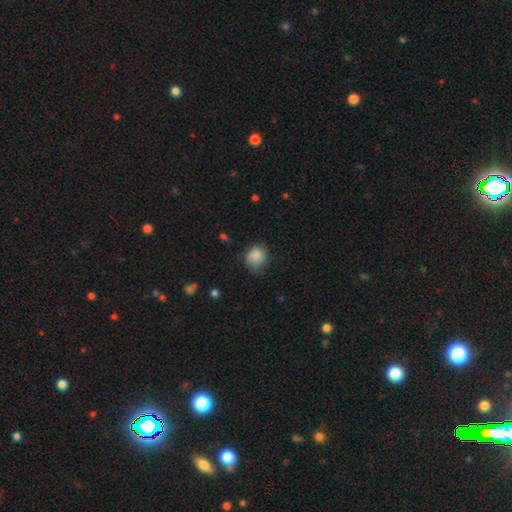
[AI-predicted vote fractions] Smooth or featured?
  - smooth: 83% *
  - featured or disk: 9%
  - star or artifact: 8%
How rounded?
  - round: 63% *
  - in between: 36%
  - cigar-shaped: 1%
Merging?
  - none: 56% *
  - minor disturbance: 32%
  - major disturbance: 11%
  - merger: 1%